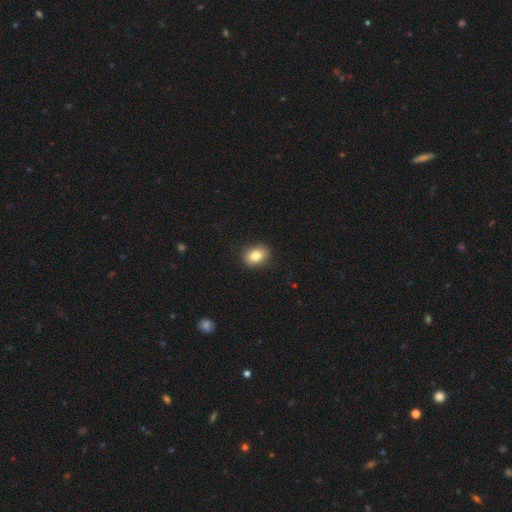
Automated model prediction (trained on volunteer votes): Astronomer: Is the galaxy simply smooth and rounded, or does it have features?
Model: smooth — 84%.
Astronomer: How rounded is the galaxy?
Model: in between — 68%.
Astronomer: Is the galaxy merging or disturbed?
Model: none — 88%.